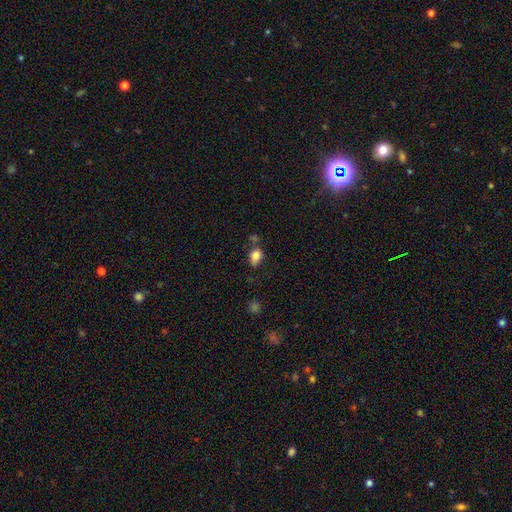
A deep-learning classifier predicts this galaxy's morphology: The model was most divided on "merging": none: 59%, minor disturbance: 23%, merger: 12%, major disturbance: 7%. More confident: smooth or featured — smooth (82%); how rounded — in between (75%).